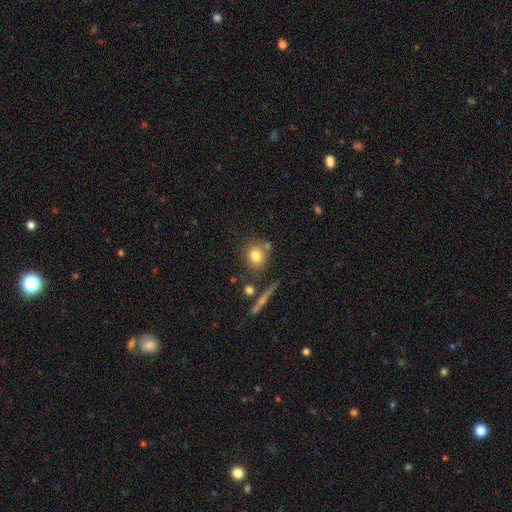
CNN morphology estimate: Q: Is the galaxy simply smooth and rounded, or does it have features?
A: smooth — 78%.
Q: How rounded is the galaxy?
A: round — 82%.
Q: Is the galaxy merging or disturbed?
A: none — 70%.